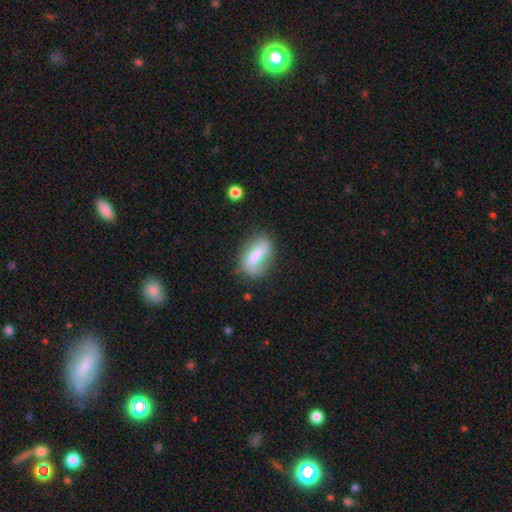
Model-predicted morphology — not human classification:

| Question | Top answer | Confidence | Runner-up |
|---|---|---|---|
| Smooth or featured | smooth | 65% | featured or disk (27%) |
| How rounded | in between | 72% | cigar-shaped (20%) |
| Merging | none | 67% | minor disturbance (21%) |